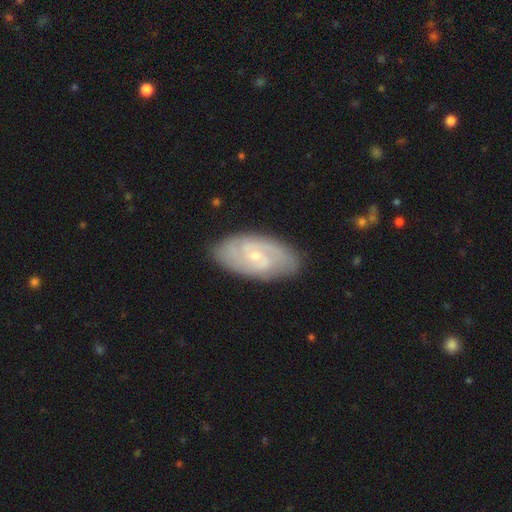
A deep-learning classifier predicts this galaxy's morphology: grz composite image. It shows a featured or disk galaxy (83%) with no bar (51%), 2 (60%) tight (52%) spiral arms (96%) and a small central bulge (77%). Merging: none (83%).